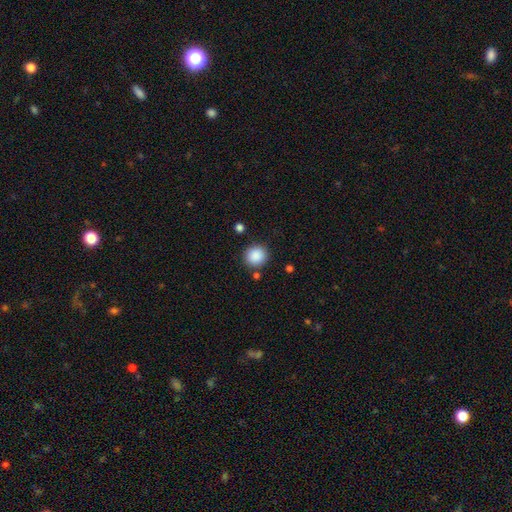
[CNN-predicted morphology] Smooth or featured? Predicted: smooth (p=0.88). How rounded? Predicted: round (p=0.90). Merging? Predicted: none (p=0.85).